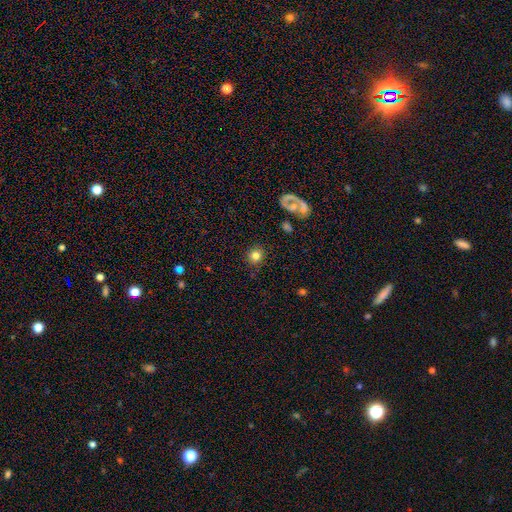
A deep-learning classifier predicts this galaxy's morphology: The model was most divided on "smooth or featured": smooth: 79%, star or artifact: 11%, featured or disk: 9%. More confident: merging — none (88%); how rounded — round (87%).